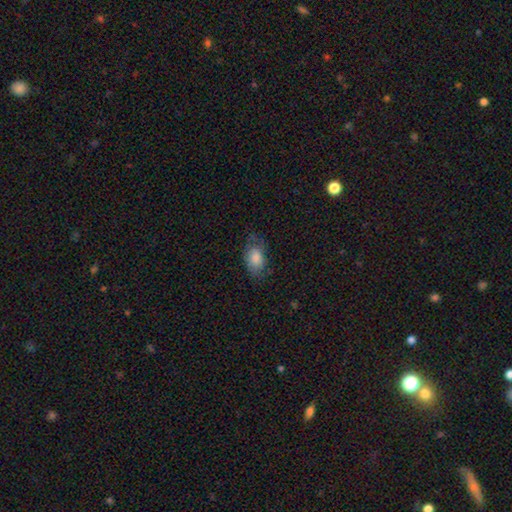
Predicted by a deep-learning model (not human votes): smooth-or-featured: smooth: 78% | featured or disk: 14% | star or artifact: 9%
  how-rounded: in between: 88% | round: 9% | cigar-shaped: 2%
  merging: none: 67% | minor disturbance: 24% | major disturbance: 8% | merger: 1%